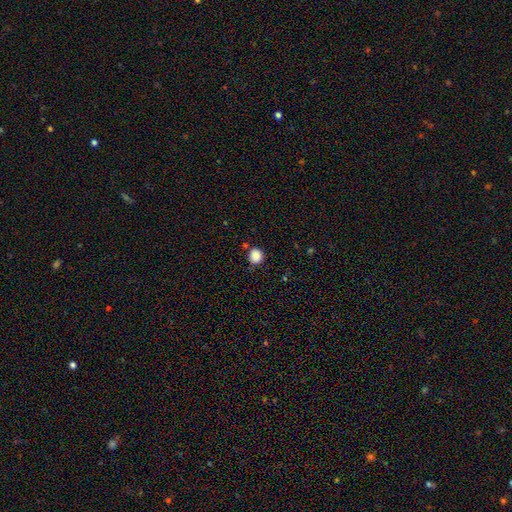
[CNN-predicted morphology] The model was most divided on "merging": none: 80%, minor disturbance: 12%, merger: 4%, major disturbance: 3%. More confident: smooth or featured — smooth (87%); how rounded — round (85%).